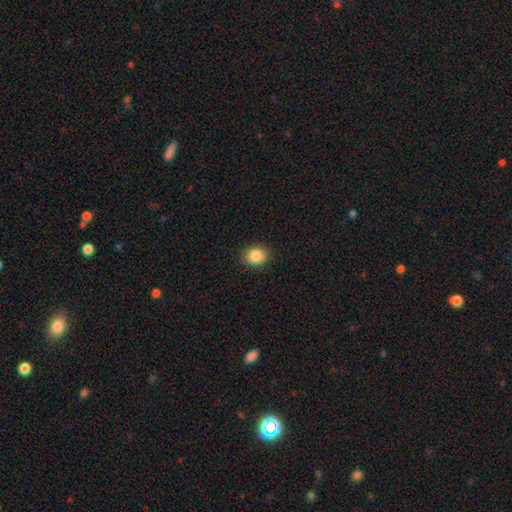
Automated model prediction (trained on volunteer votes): Smooth or featured?
  - smooth: 86% *
  - star or artifact: 9%
  - featured or disk: 5%
How rounded?
  - round: 57% *
  - in between: 42%
  - cigar-shaped: 1%
Merging?
  - none: 90% *
  - minor disturbance: 7%
  - major disturbance: 2%
  - merger: 1%